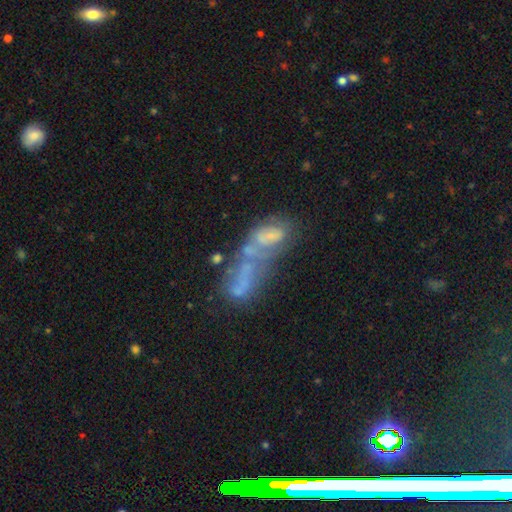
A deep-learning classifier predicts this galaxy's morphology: Smooth or featured? Predicted: featured or disk (p=0.36). Merging? Predicted: merger (p=0.50).